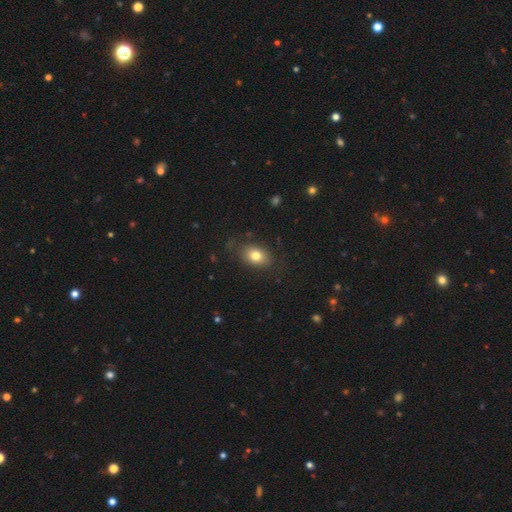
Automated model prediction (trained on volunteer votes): This is likely a smooth galaxy (79%). How rounded: likely in between (79%). Merging: likely none (80%).